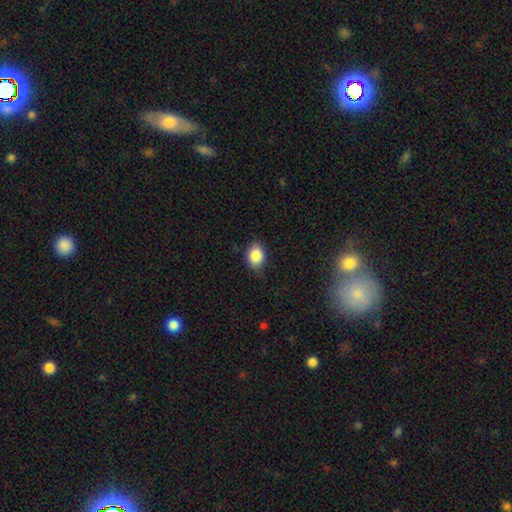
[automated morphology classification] Smooth or featured? Predicted: smooth (p=0.87). How rounded? Predicted: in between (p=0.65). Merging? Predicted: none (p=0.81).